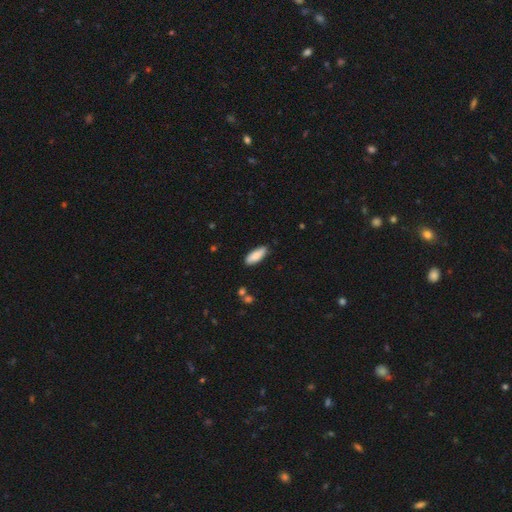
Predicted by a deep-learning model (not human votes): Overall: smooth (85%). How rounded: in between (71%). Merging: none (84%).